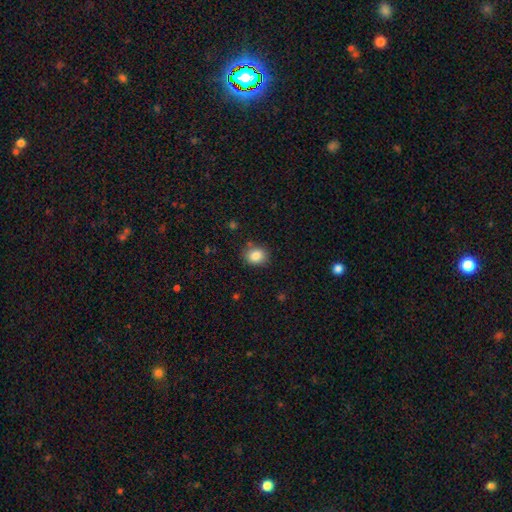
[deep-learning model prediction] Overall: smooth (85%). How rounded: round (61%; in between 38%). Merging: none (82%).